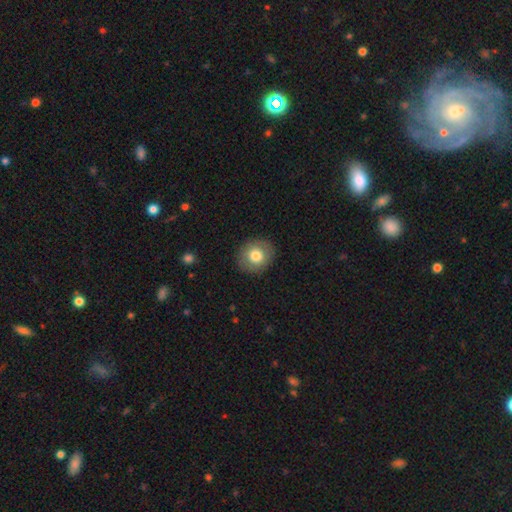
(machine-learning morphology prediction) Smooth or featured?
  - smooth: 77% *
  - featured or disk: 15%
  - star or artifact: 8%
How rounded?
  - round: 83% *
  - in between: 16%
  - cigar-shaped: 1%
Merging?
  - none: 89% *
  - minor disturbance: 7%
  - major disturbance: 2%
  - merger: 1%